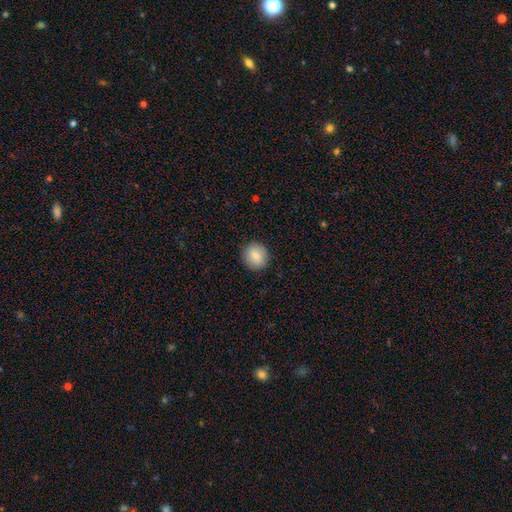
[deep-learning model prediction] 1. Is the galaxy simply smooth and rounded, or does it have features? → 84% smooth, 8% featured or disk, 8% star or artifact.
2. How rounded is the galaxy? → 88% round, 11% in between, 1% cigar-shaped.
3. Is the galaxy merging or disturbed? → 90% none, 7% minor disturbance, 2% major disturbance, 1% merger.